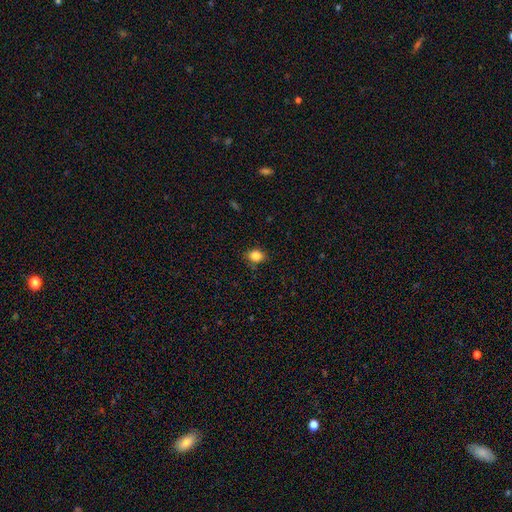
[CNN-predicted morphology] Overall: smooth (84%). How rounded: round (52%; in between 47%). Merging: none (82%).